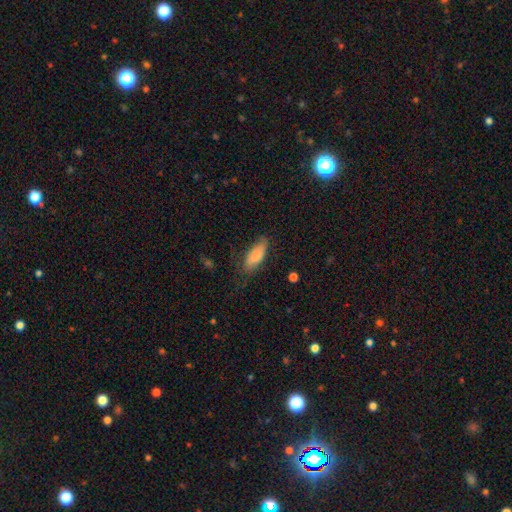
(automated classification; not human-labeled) smooth-or-featured: smooth: 83% | featured or disk: 11% | star or artifact: 6%
  how-rounded: in between: 75% | cigar-shaped: 23% | round: 2%
  merging: none: 62% | minor disturbance: 27% | major disturbance: 10% | merger: 2%